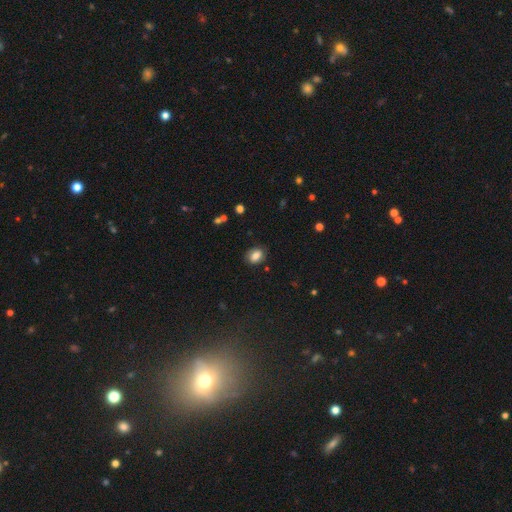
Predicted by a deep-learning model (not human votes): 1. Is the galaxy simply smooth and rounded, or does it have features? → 81% smooth, 10% star or artifact, 9% featured or disk.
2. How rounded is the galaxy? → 63% in between, 35% round, 1% cigar-shaped.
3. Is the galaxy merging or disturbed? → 84% none, 12% minor disturbance, 3% major disturbance, 2% merger.